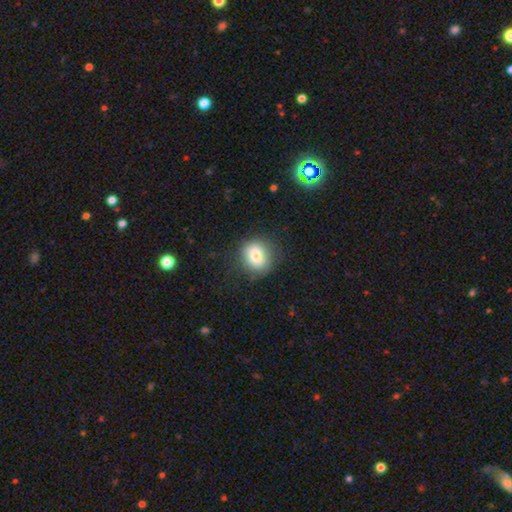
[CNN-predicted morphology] smooth_or_featured: smooth (p=0.79) [alt: featured or disk p=0.11]
how_rounded: round (p=0.78) [alt: in between p=0.21]
merging: none (p=0.82) [alt: minor disturbance p=0.12]